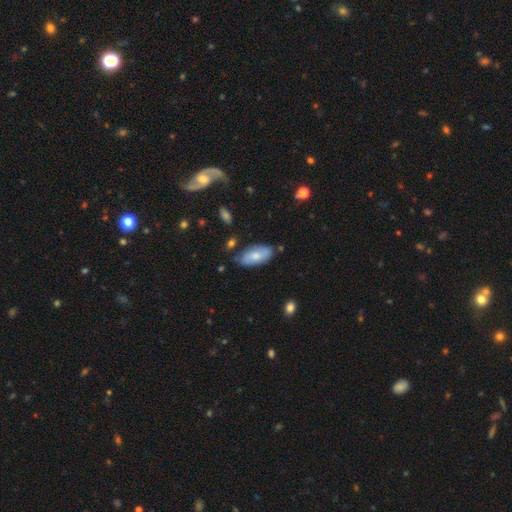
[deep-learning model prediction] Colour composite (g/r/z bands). It shows a smooth galaxy with no disk features (65%) that is in between round and cigar-shaped (91%). Merging: none (75%).